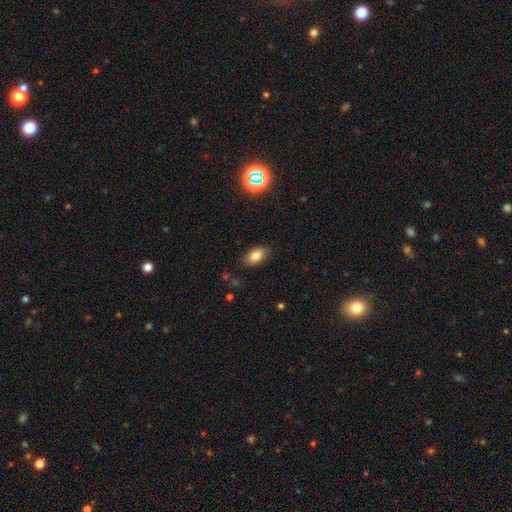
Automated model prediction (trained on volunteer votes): This is likely a smooth galaxy (79%). How rounded: clearly in between (89%). Merging: clearly none (84%).